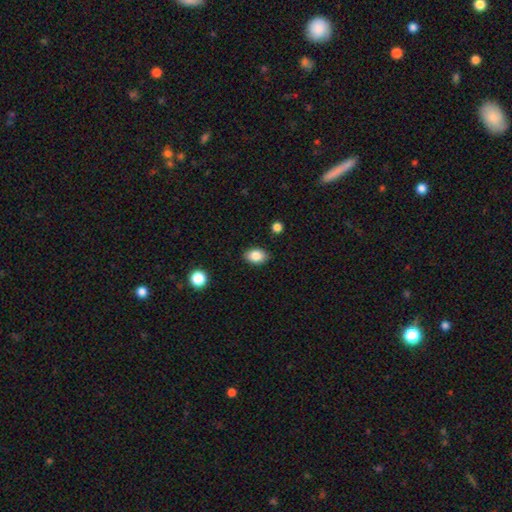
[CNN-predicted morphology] Smooth or featured: smooth — 85% (star or artifact — 8%)
How rounded: in between — 83% (round — 16%)
Merging: none — 87% (minor disturbance — 10%)